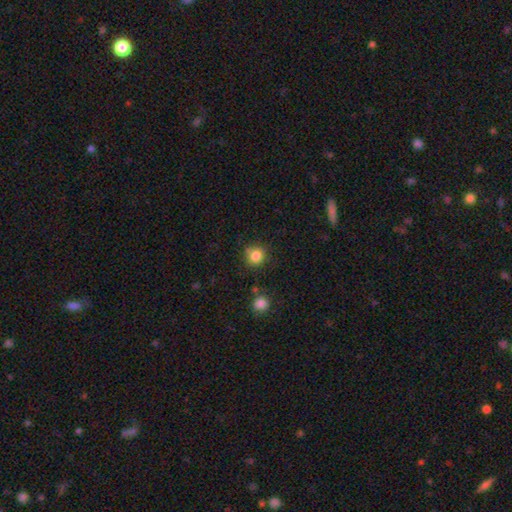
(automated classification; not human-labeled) A smooth galaxy with no disk features (83%) that is round (85%). Merging: none (78%).